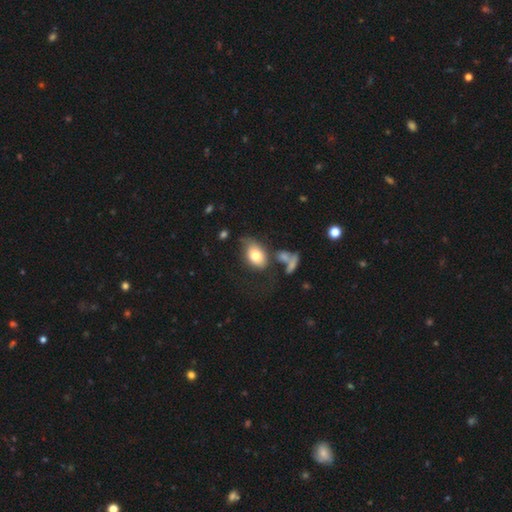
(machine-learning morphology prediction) The model was most divided on "merging": none: 50%, minor disturbance: 22%, major disturbance: 15%, merger: 13%. More confident: how rounded — in between (85%); smooth or featured — smooth (75%).